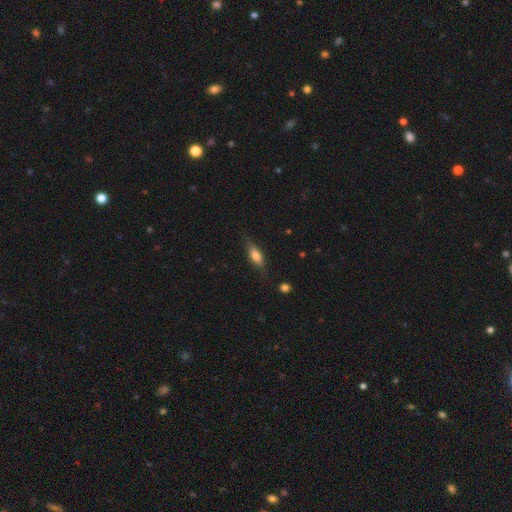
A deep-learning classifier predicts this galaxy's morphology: Smooth or featured: smooth — 63% (featured or disk — 29%)
How rounded: in between — 58% (cigar-shaped — 38%)
Merging: none — 74% (minor disturbance — 19%)